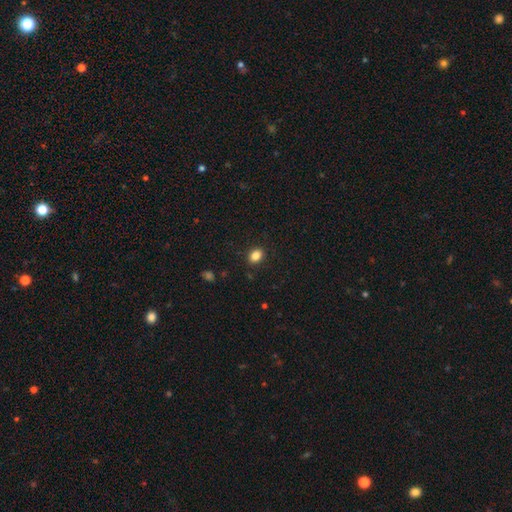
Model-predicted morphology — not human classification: Smooth or featured: smooth — 85% (star or artifact — 10%)
How rounded: in between — 67% (round — 31%)
Merging: none — 88% (minor disturbance — 8%)